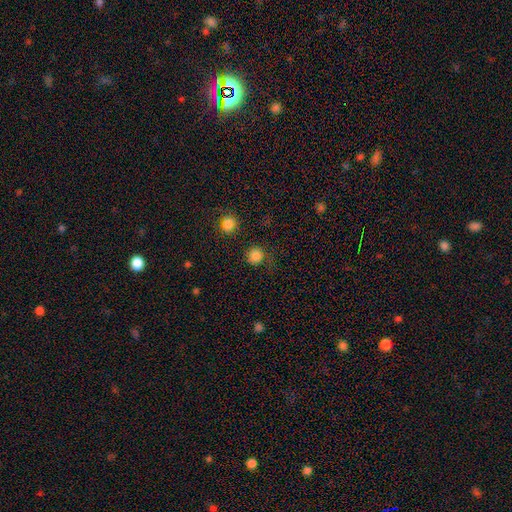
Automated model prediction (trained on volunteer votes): A smooth galaxy with no disk features (82%) that is round (93%). Merging: none (79%).